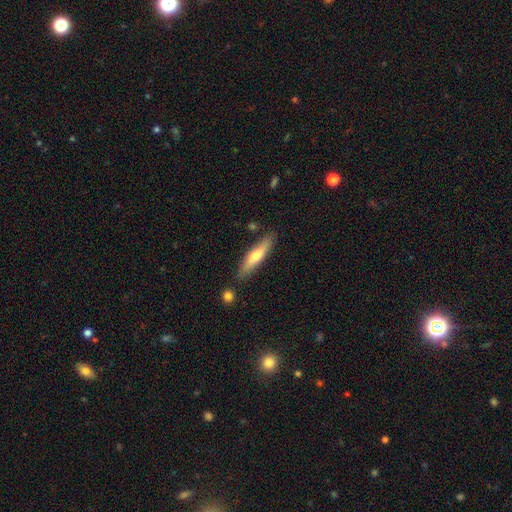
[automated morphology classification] smooth-or-featured: smooth: 58% | featured or disk: 37% | star or artifact: 6%
  how-rounded: cigar-shaped: 78% | in between: 21% | round: 2%
  merging: none: 82% | minor disturbance: 12% | merger: 4% | major disturbance: 2%